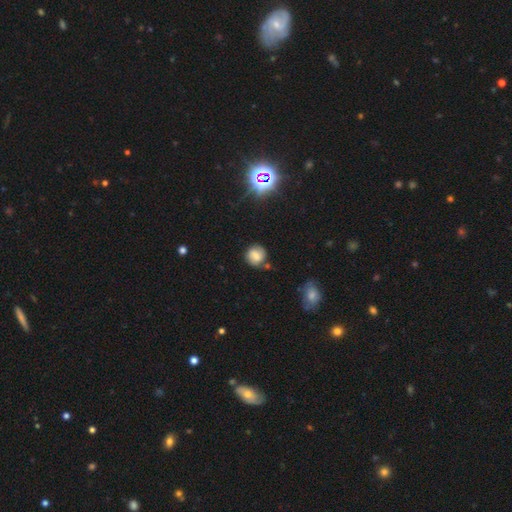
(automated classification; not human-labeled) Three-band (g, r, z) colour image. It shows a smooth galaxy with no disk features (68%) that is round (84%). Merging: none (74%).